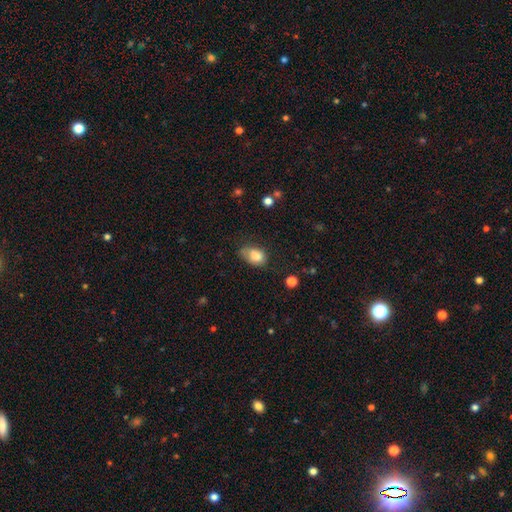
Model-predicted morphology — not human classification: A smooth galaxy with no disk features (82%) that is in between round and cigar-shaped (80%). Merging: none (46%).